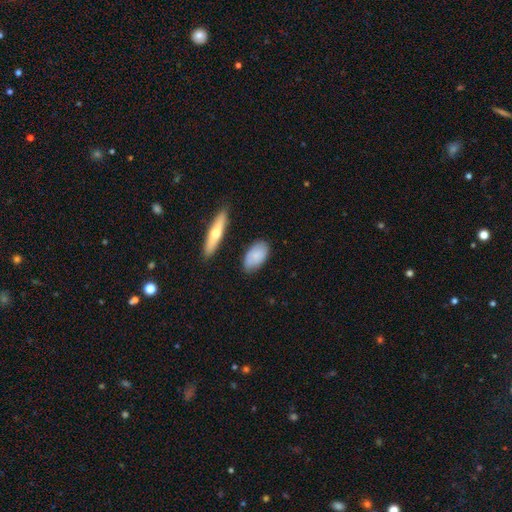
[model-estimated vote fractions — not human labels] Smooth or featured? smooth (74%)
How rounded? in between (92%)
Merging? none (71%)